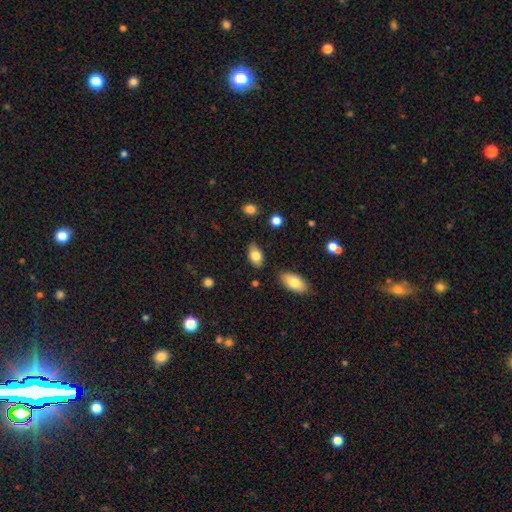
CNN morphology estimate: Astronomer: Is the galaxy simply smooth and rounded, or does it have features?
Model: smooth — 80%.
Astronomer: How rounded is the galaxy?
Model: in between — 90%.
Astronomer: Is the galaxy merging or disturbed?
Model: none — 80%.